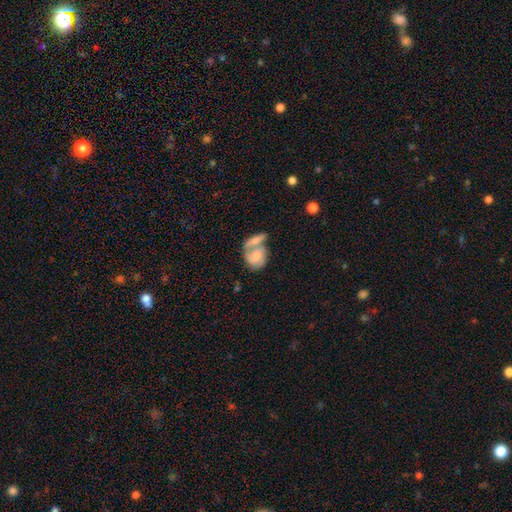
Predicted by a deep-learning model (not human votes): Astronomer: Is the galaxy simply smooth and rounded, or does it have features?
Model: smooth — 60%.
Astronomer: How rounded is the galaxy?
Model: in between — 56% (runner-up: round, 41%).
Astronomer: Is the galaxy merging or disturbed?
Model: merger — 61%.